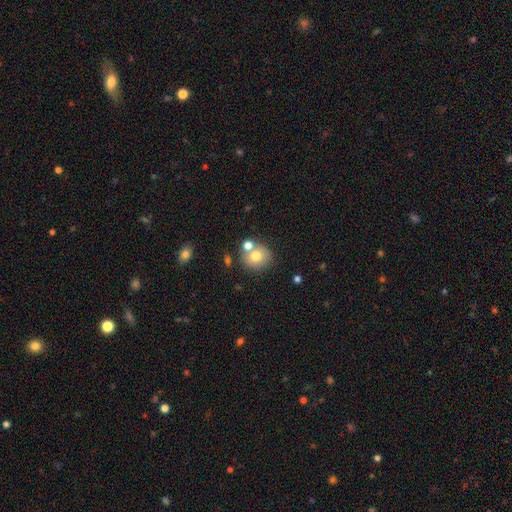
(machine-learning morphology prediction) Overall: smooth (73%). How rounded: round (82%). Merging: none (62%; merger 24%).